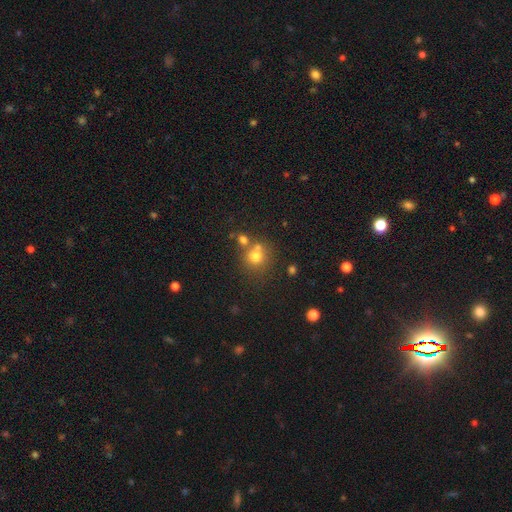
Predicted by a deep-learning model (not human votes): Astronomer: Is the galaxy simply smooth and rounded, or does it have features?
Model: smooth — 73%.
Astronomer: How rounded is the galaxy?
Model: round — 86%.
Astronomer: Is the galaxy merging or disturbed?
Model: none — 57%.